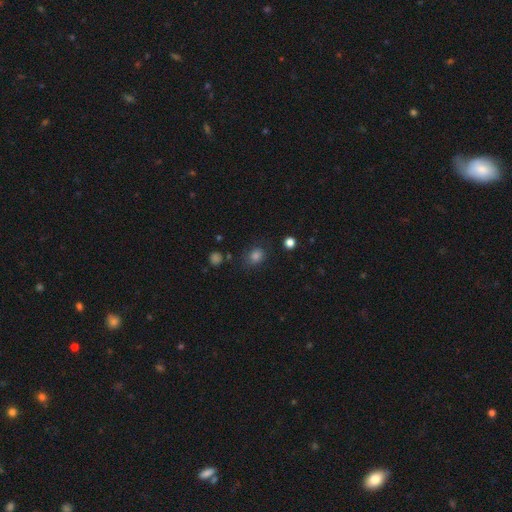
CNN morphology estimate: This appears to be a smooth galaxy with no disk features (79%) that is round (59%). Merging: none (75%).